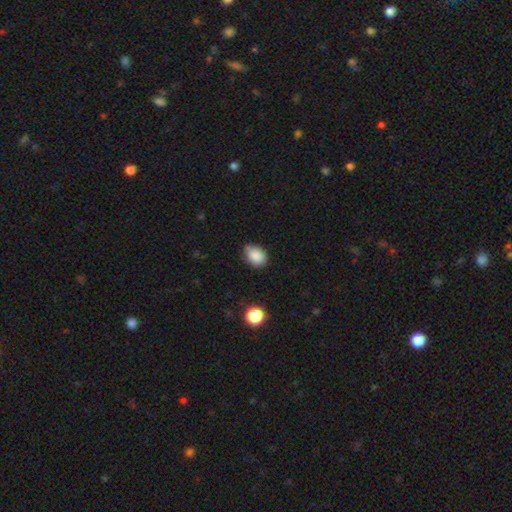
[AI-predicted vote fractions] This is clearly a smooth galaxy (86%). How rounded: likely in between (63%). Merging: likely none (66%).